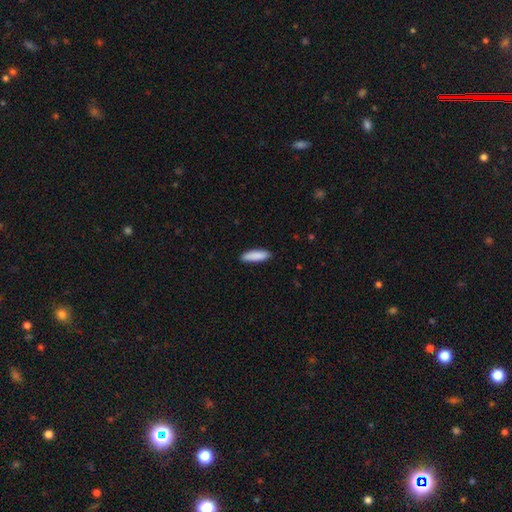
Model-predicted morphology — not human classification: This appears to be a smooth galaxy with no disk features (89%) that is cigar-shaped (57%). Merging: none (88%).